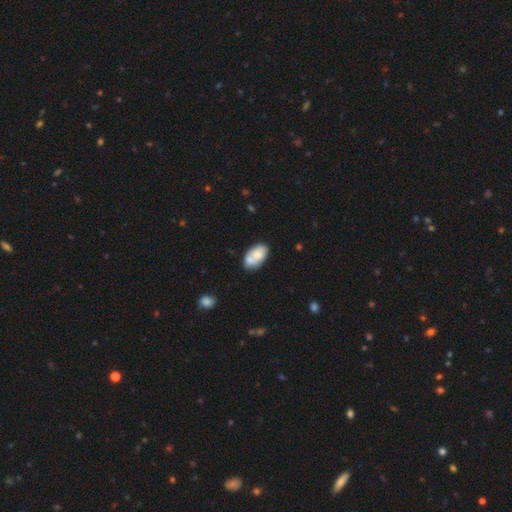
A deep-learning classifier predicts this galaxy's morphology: type=smooth (69%); roundness=in between (92%); merging=none (44%).